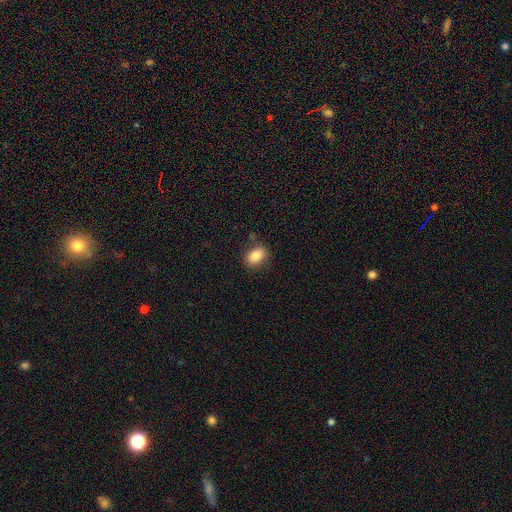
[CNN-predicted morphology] smooth_or_featured: smooth (p=0.83) [alt: star or artifact p=0.09]
how_rounded: in between (p=0.74) [alt: round p=0.24]
merging: none (p=0.81) [alt: minor disturbance p=0.13]